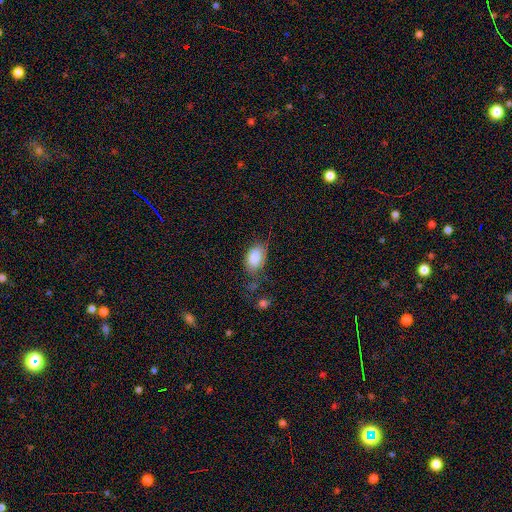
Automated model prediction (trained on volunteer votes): The model was most divided on "merging": none: 56%, minor disturbance: 28%, major disturbance: 11%, merger: 5%. More confident: how rounded — in between (91%); smooth or featured — smooth (87%).